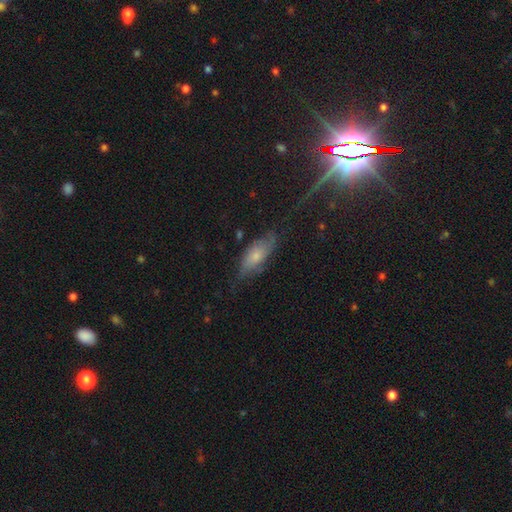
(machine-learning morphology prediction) Overall: smooth (52%; featured or disk 39%). How rounded: in between (73%). Merging: none (61%; minor disturbance 27%).